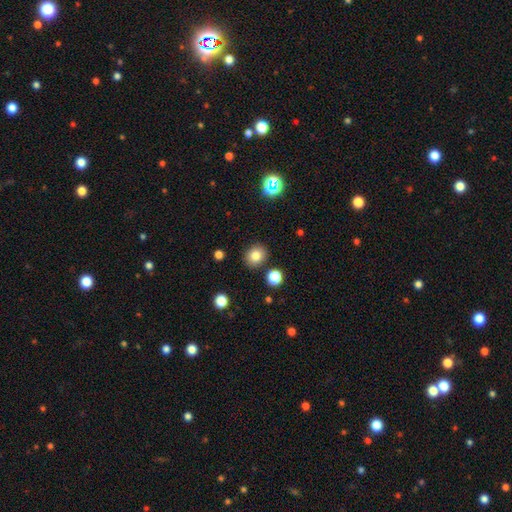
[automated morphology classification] The model was most divided on "how rounded": round: 72%, in between: 27%, cigar-shaped: 1%. More confident: merging — none (86%); smooth or featured — smooth (81%).